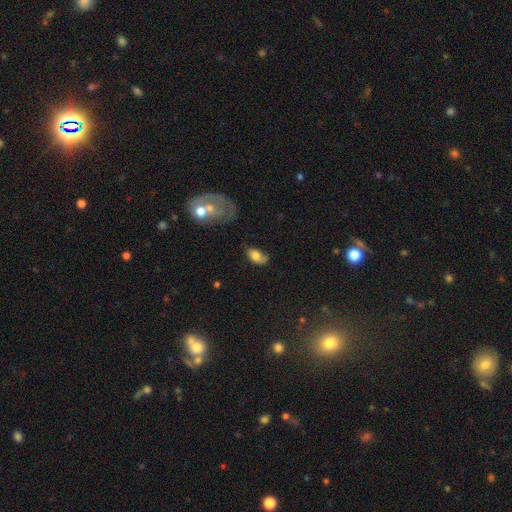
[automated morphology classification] A smooth galaxy with no disk features (69%) that is in between round and cigar-shaped (90%).

Vote fractions:
- Smooth or featured? smooth: 69% / featured or disk: 22% / star or artifact: 8%
- How rounded? in between: 90% / round: 7% / cigar-shaped: 3%
- Merging? none: 43% / minor disturbance: 34% / major disturbance: 17% / merger: 5%